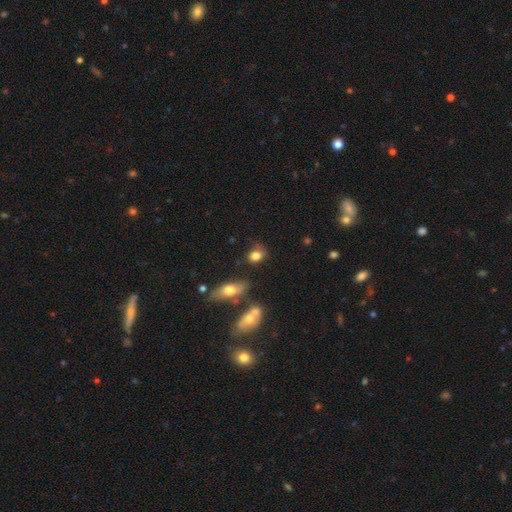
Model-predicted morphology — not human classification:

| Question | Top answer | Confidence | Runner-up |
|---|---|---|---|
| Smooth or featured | smooth | 81% | star or artifact (10%) |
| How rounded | round | 52% | in between (45%) |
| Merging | none | 58% | minor disturbance (25%) |